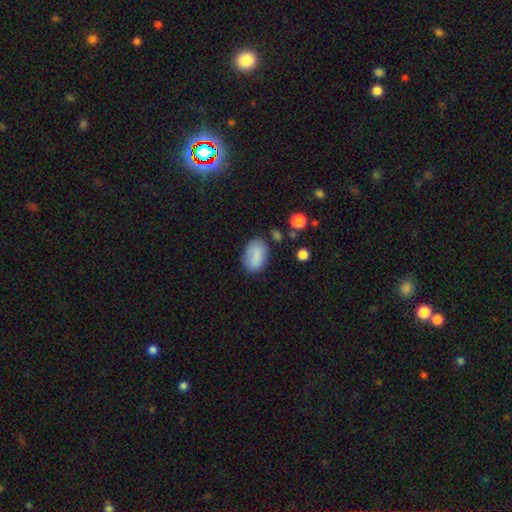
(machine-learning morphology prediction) type=smooth (83%); roundness=in between (88%); merging=none (70%).